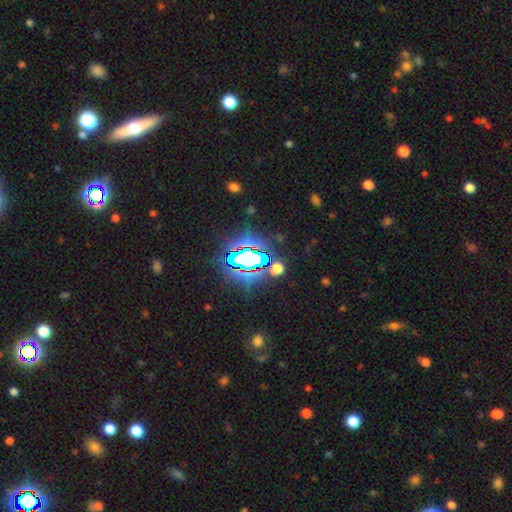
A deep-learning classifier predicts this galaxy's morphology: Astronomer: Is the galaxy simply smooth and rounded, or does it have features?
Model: star or artifact — 75%.